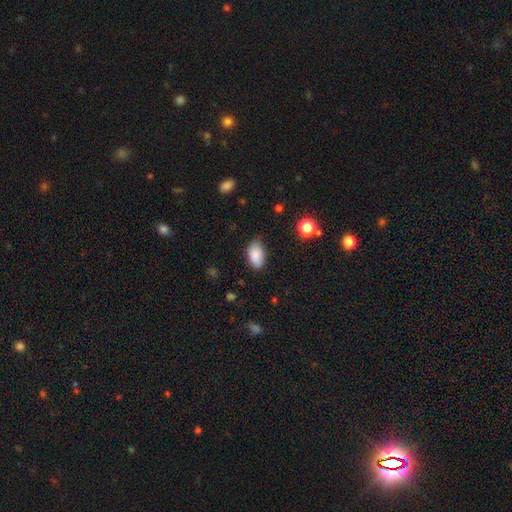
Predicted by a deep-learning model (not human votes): Overall: smooth (86%). How rounded: in between (93%). Merging: none (74%).